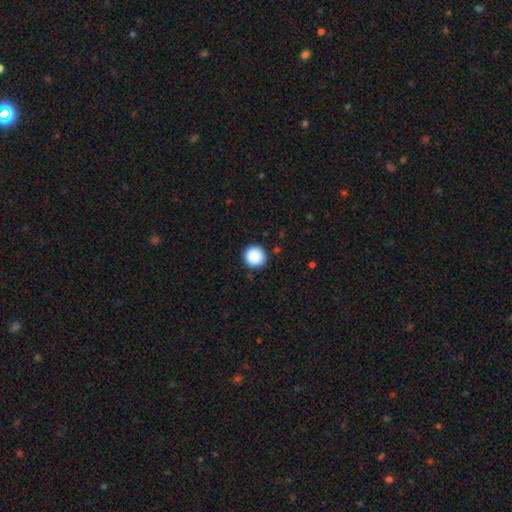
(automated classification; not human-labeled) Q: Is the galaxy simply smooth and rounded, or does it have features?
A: smooth — 89%.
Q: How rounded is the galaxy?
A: round — 96%.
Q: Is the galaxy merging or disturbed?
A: none — 92%.